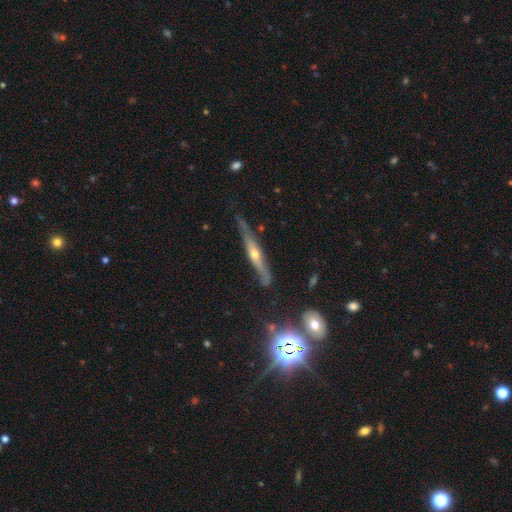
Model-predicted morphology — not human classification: The model was most divided on "smooth or featured": featured or disk: 72%, smooth: 16%, star or artifact: 12%. More confident: edge-on disk — yes (93%); edge-on bulge — rounded (85%); merging — none (77%).